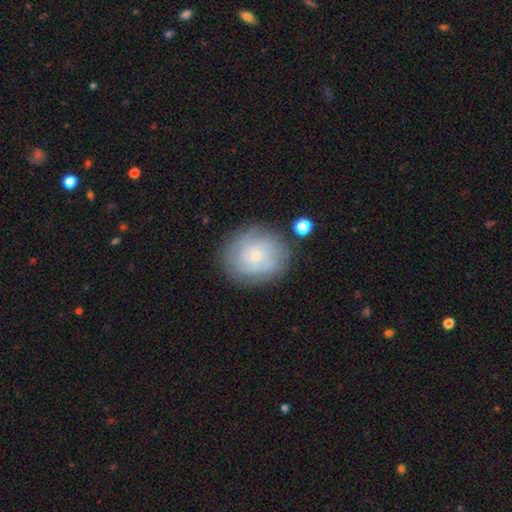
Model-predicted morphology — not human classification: smooth_or_featured: featured or disk (p=0.52) [alt: smooth p=0.39]
disk_edge_on: no (p=0.97) [alt: yes p=0.03]
bar: no (p=0.79) [alt: weak p=0.18]
has_spiral_arms: yes (p=0.82) [alt: no p=0.18]
bulge_size: small (p=0.70) [alt: moderate p=0.22]
merging: none (p=0.77) [alt: minor disturbance p=0.14]